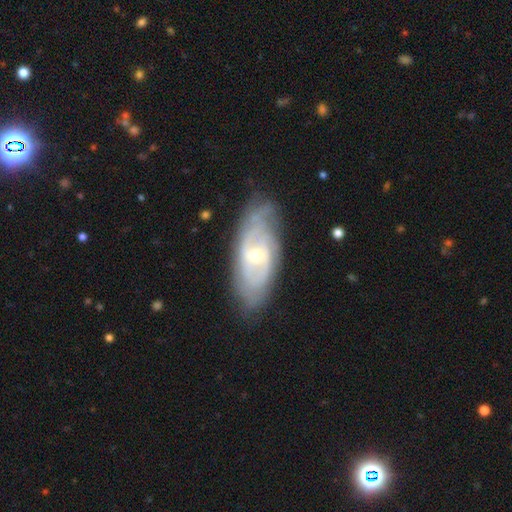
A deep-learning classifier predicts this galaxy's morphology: type=featured or disk (77%); edge-on=no (90%); bar=weak (47%); spiral arms=yes (87%); winding=tight (53%); arm count=can't tell (43%); bulge=small (57%); merging=none (74%).